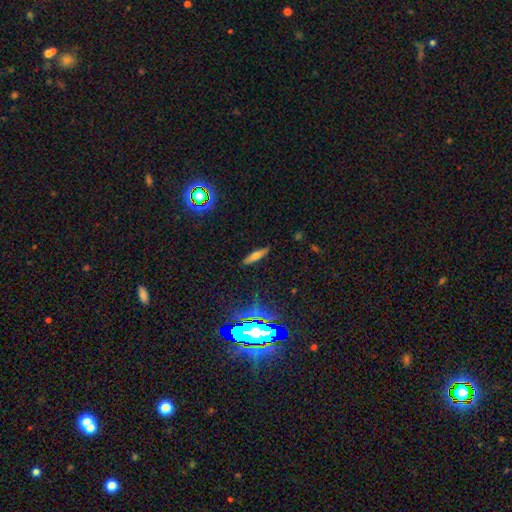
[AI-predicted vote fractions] smooth_or_featured: smooth (p=0.56) [alt: featured or disk p=0.28]
how_rounded: cigar-shaped (p=0.69) [alt: in between p=0.28]
merging: none (p=0.86) [alt: minor disturbance p=0.10]